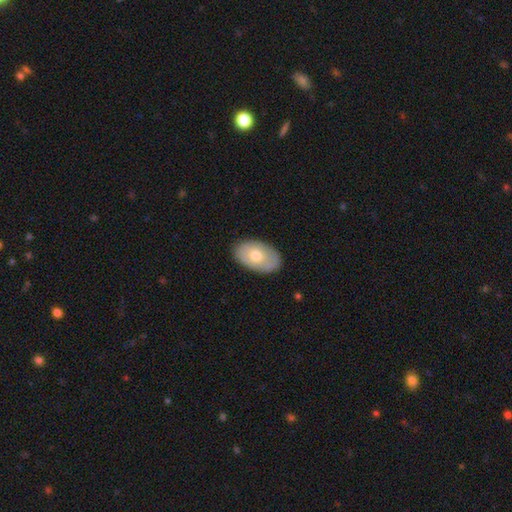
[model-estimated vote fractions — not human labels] smooth 65%, featured or disk 29%, star or artifact 6%. Down the decision tree: how rounded — in between (92%); merging — none (85%).